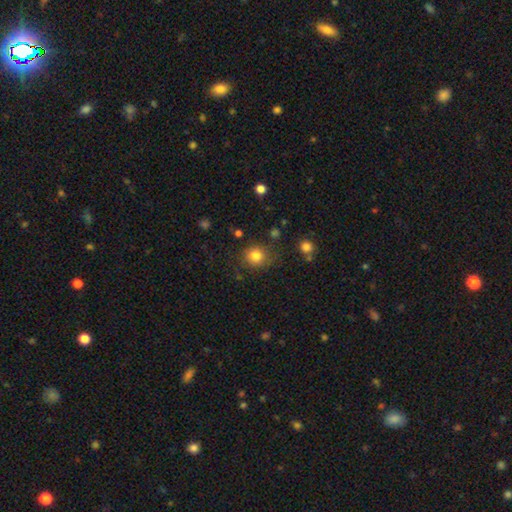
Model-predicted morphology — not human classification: smooth-or-featured: smooth: 82% | star or artifact: 12% | featured or disk: 6%
  how-rounded: round: 86% | in between: 13% | cigar-shaped: 1%
  merging: none: 80% | minor disturbance: 12% | major disturbance: 4% | merger: 3%